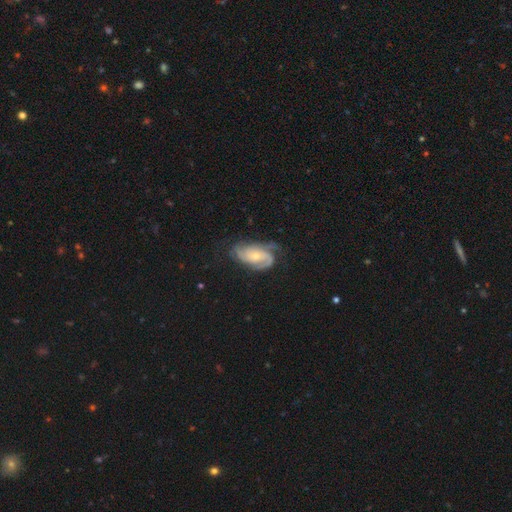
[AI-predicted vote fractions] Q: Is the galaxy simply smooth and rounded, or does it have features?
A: featured or disk — 83%.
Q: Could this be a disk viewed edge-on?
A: no — 97%.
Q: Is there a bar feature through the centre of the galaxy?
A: no — 68%.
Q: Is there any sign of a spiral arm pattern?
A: yes — 96%.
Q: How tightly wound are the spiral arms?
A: tight — 47%.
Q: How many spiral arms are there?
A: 2 — 38%.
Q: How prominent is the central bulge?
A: small — 58%.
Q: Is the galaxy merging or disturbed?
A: none — 61%.